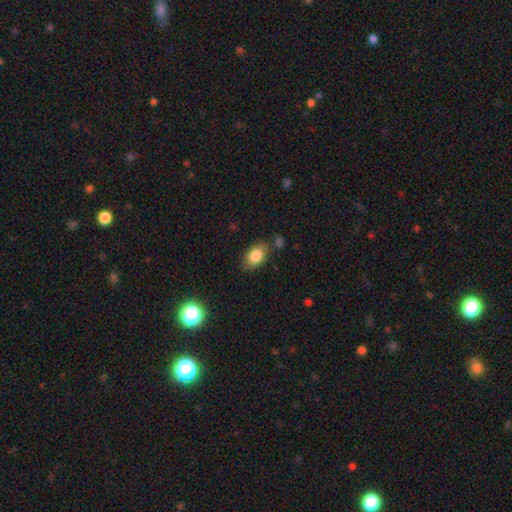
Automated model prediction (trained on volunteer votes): Morphology: type=smooth (84%); roundness=in between (86%); merging=none (76%).